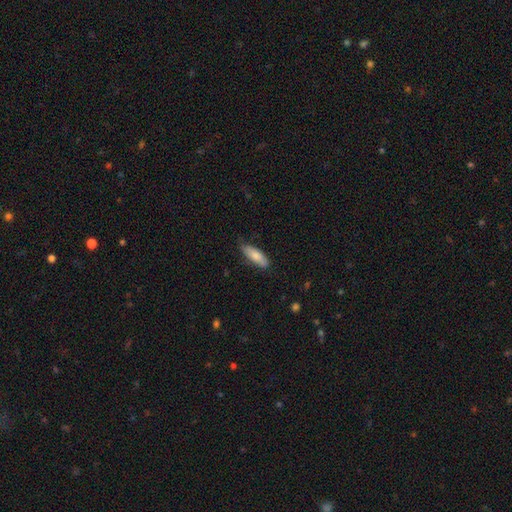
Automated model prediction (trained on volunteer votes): smooth 78%, featured or disk 16%, star or artifact 6%. Down the decision tree: how rounded — in between (60%); merging — none (72%).